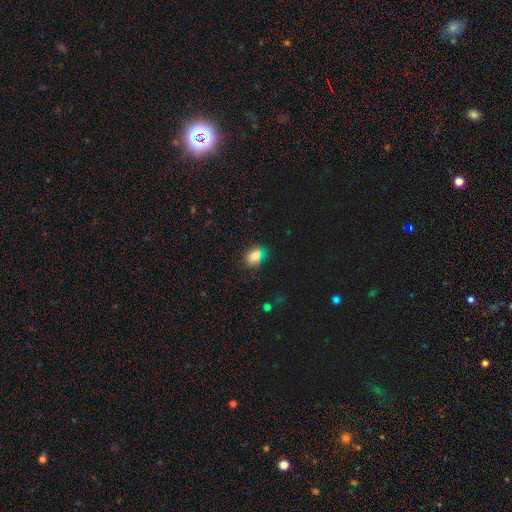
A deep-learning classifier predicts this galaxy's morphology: Smooth or featured? smooth (76%)
How rounded? in between (68%)
Merging? none (76%)